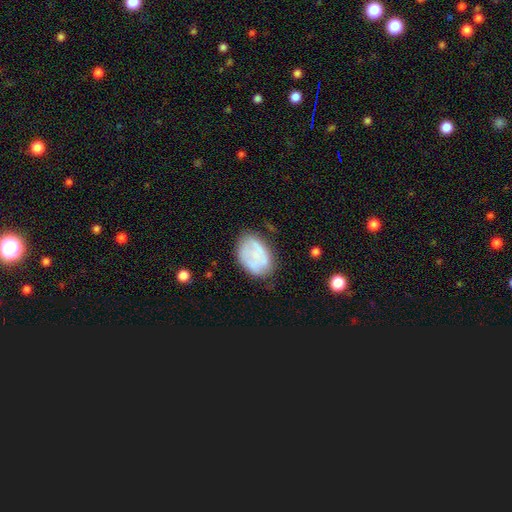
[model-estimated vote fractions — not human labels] smooth 61%, featured or disk 30%, star or artifact 8%. Down the decision tree: how rounded — in between (84%); merging — none (60%).